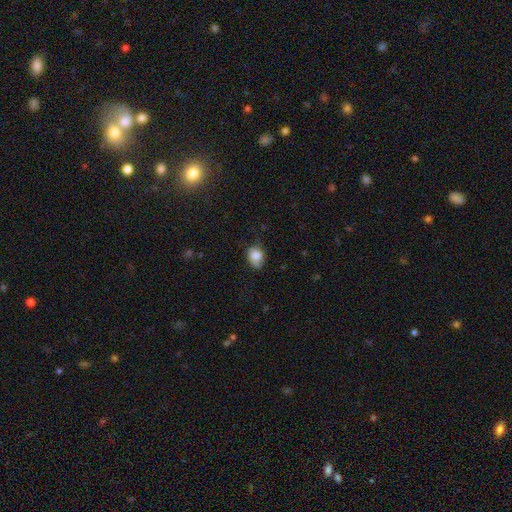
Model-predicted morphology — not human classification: The model was most divided on "merging": none: 58%, minor disturbance: 31%, major disturbance: 9%, merger: 2%. More confident: smooth or featured — smooth (78%); how rounded — in between (64%).